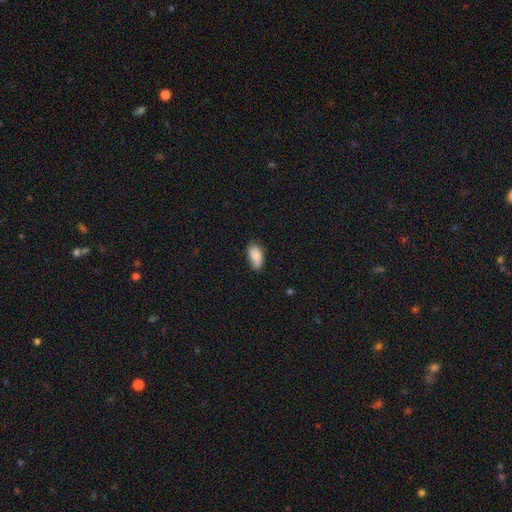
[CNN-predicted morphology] The model was most divided on "merging": none: 68%, minor disturbance: 27%, major disturbance: 4%, merger: 2%. More confident: how rounded — in between (93%); smooth or featured — smooth (87%).